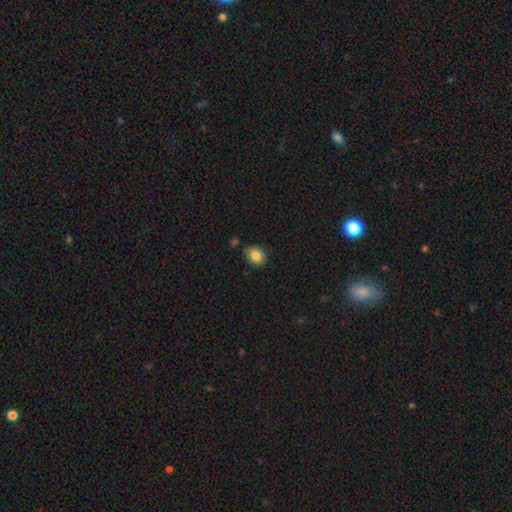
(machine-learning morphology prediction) Overall: smooth (84%). How rounded: in between (60%; round 39%). Merging: none (77%).